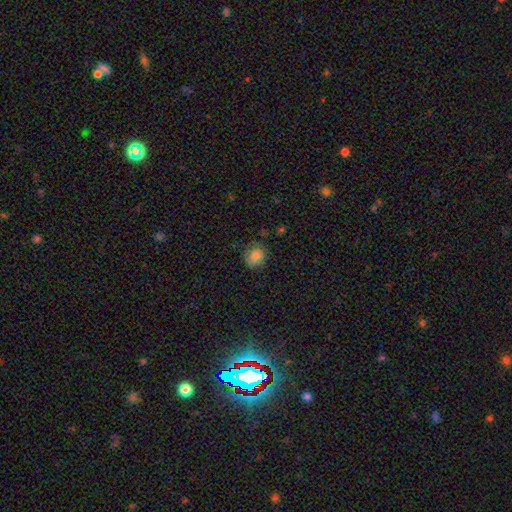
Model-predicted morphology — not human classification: The model was most divided on "how rounded": round: 74%, in between: 25%, cigar-shaped: 1%. More confident: smooth or featured — smooth (84%); merging — none (76%).